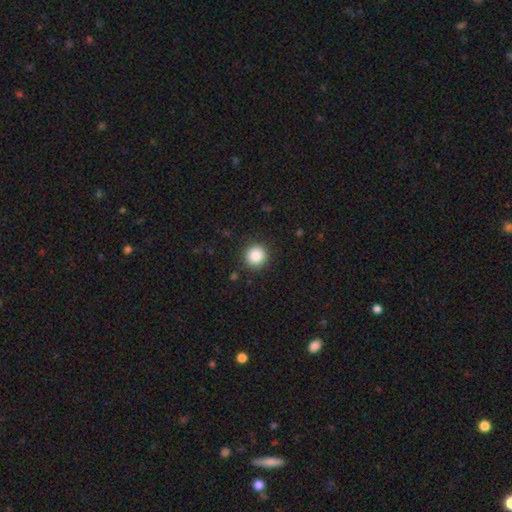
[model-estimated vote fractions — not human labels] Morphology: type=smooth (87%); roundness=round (92%); merging=none (91%).